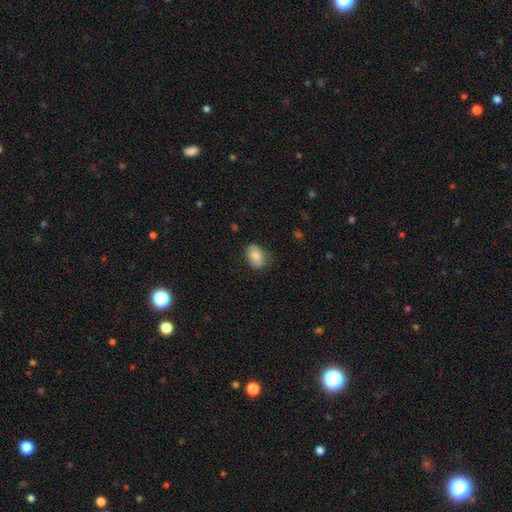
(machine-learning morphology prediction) smooth 79%, featured or disk 13%, star or artifact 8%. Down the decision tree: how rounded — in between (79%); merging — none (68%).